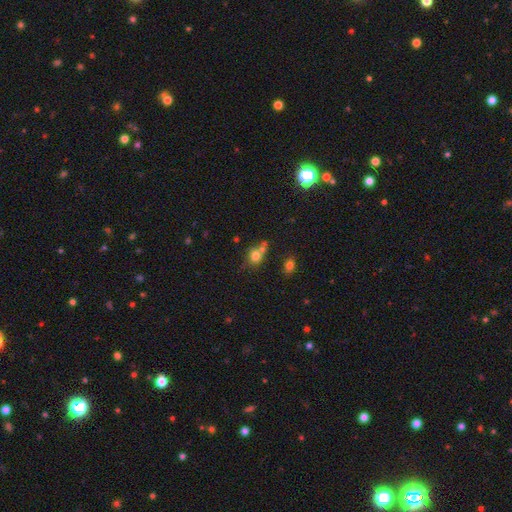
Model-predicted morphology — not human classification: Smooth or featured? smooth (75%)
How rounded? round (74%)
Merging? none (49%)